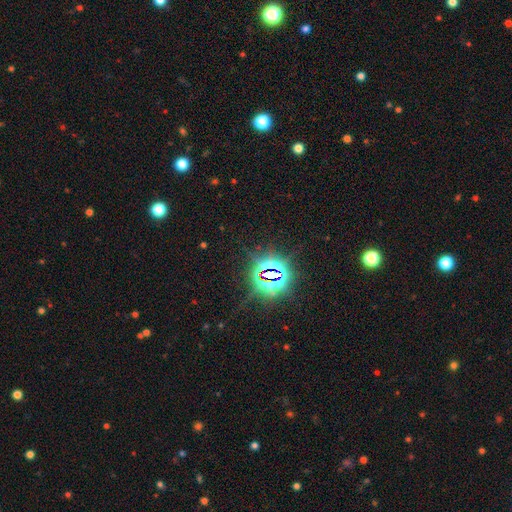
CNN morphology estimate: Smooth or featured: star or artifact — 84% (smooth — 10%)